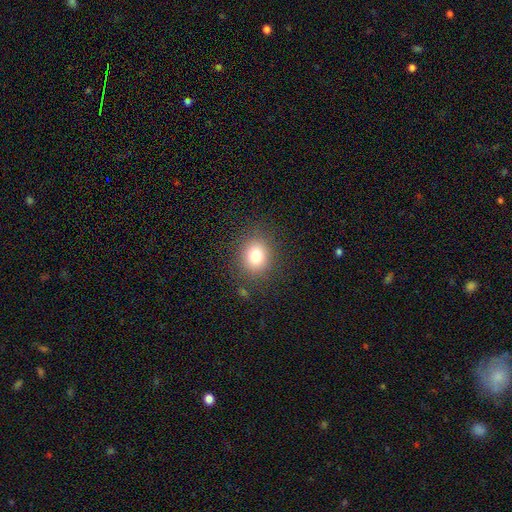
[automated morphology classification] Smooth or featured? Predicted: smooth (p=0.78). How rounded? Predicted: round (p=0.74). Merging? Predicted: none (p=0.86).